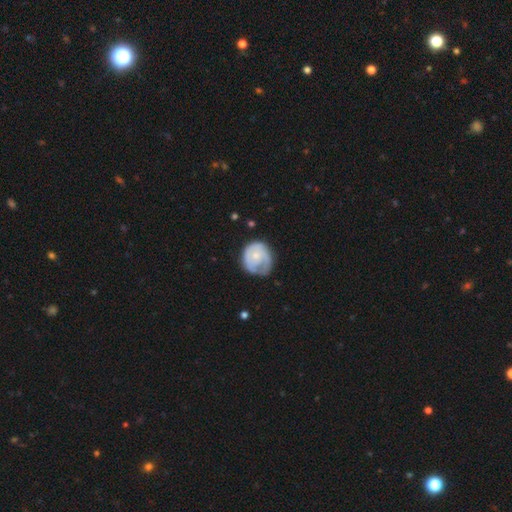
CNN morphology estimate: smooth_or_featured: featured or disk (p=0.57) [alt: smooth p=0.38]
disk_edge_on: no (p=0.98) [alt: yes p=0.02]
bar: no (p=0.80) [alt: weak p=0.18]
has_spiral_arms: yes (p=0.76) [alt: no p=0.24]
bulge_size: small (p=0.56) [alt: moderate p=0.33]
merging: none (p=0.54) [alt: minor disturbance p=0.30]